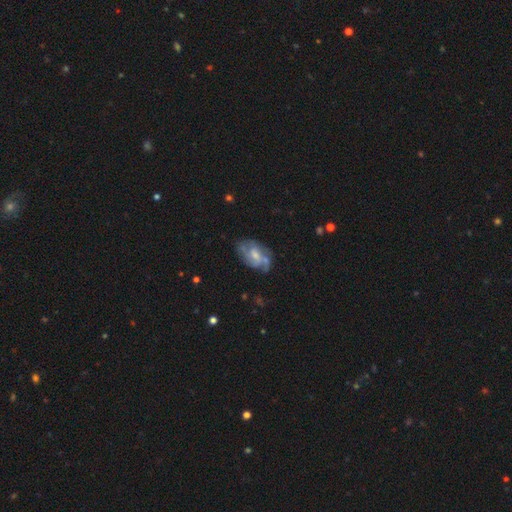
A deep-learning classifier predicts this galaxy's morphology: smooth_or_featured: featured or disk (p=0.66) [alt: smooth p=0.26]
disk_edge_on: no (p=0.96) [alt: yes p=0.04]
bar: no (p=0.55) [alt: weak p=0.38]
has_spiral_arms: yes (p=0.75) [alt: no p=0.25]
bulge_size: moderate (p=0.47) [alt: small p=0.34]
merging: none (p=0.52) [alt: minor disturbance p=0.26]